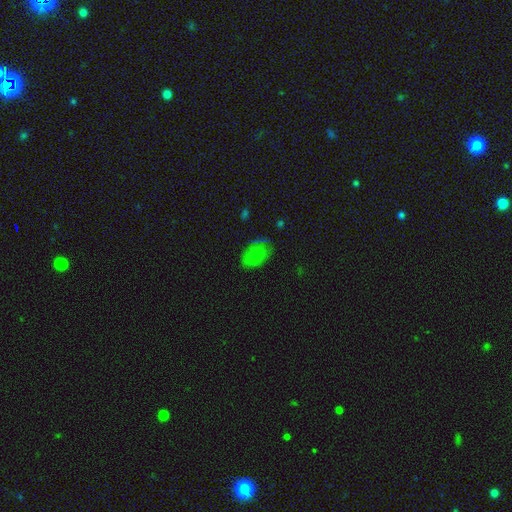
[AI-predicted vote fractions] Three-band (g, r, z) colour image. It shows a smooth galaxy with no disk features (70%) that is in between round and cigar-shaped (86%). Merging: none (62%).